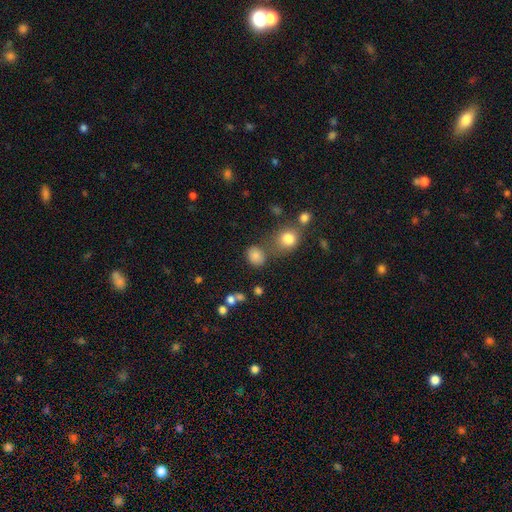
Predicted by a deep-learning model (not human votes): Overall: smooth (81%). How rounded: round (57%; in between 42%). Merging: none (64%).